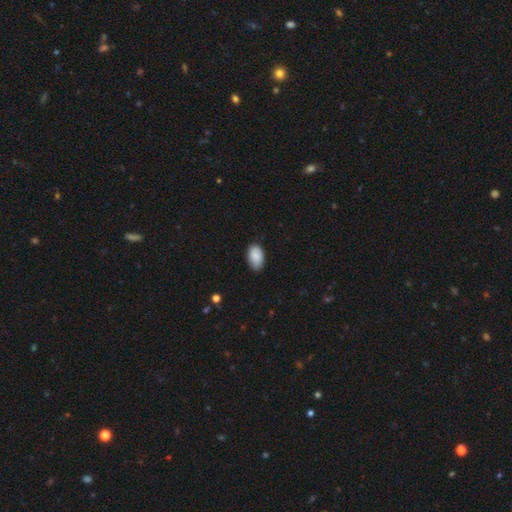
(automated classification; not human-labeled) A smooth galaxy with no disk features (87%) that is in between round and cigar-shaped (93%). Merging: none (80%).